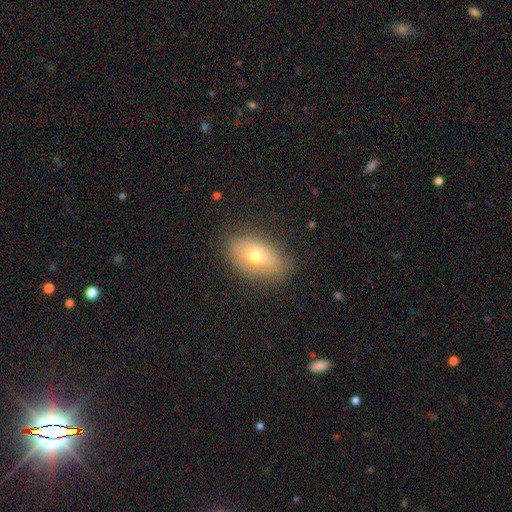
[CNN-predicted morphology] smooth-or-featured: smooth: 67% | featured or disk: 24% | star or artifact: 9%
  how-rounded: in between: 90% | round: 8% | cigar-shaped: 3%
  merging: none: 81% | minor disturbance: 14% | major disturbance: 4% | merger: 1%